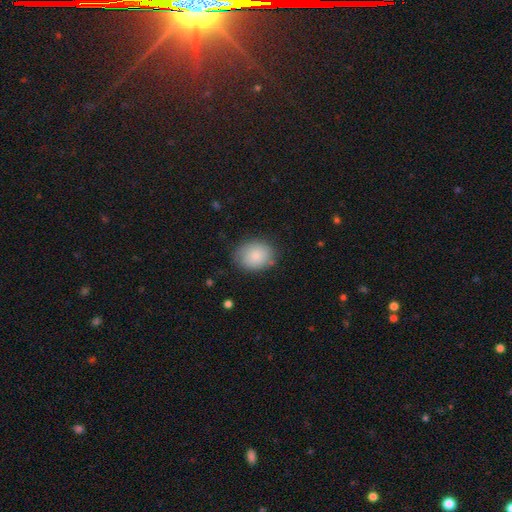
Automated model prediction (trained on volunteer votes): smooth-or-featured: smooth: 85% | featured or disk: 8% | star or artifact: 7%
  how-rounded: in between: 51% | round: 48% | cigar-shaped: 1%
  merging: none: 77% | minor disturbance: 17% | major disturbance: 4% | merger: 2%